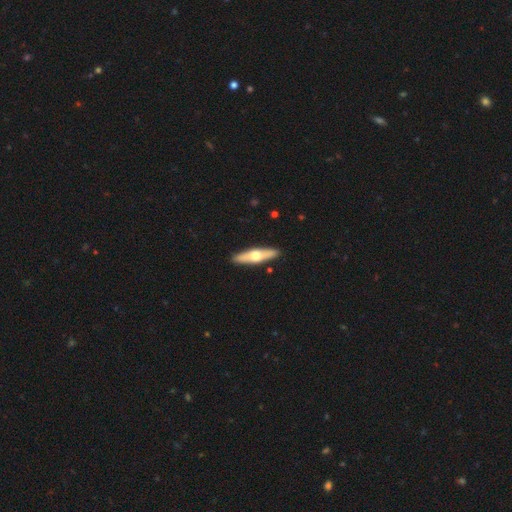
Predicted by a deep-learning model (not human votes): Smooth or featured: featured or disk — 53% (smooth — 42%)
Edge-on disk: yes — 89% (no — 11%)
Merging: none — 91% (minor disturbance — 7%)